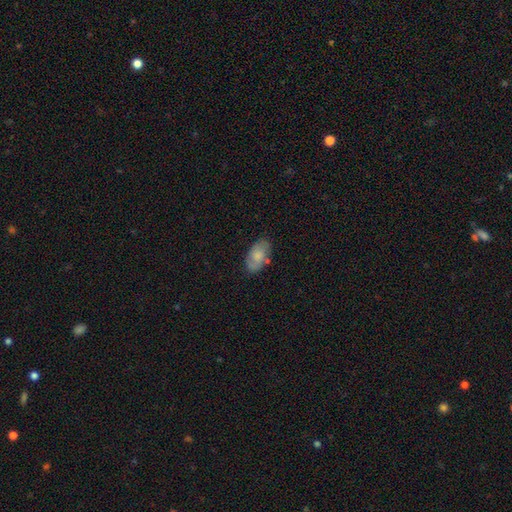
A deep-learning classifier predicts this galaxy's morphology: Overall: smooth (58%; featured or disk 32%). How rounded: in between (92%). Merging: none (80%).